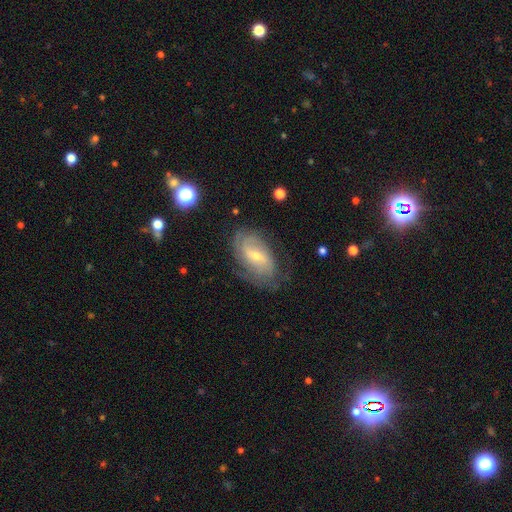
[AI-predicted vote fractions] The model was most divided on "spiral arm count": can't tell: 39%, 2: 37%, 3: 11%, 4: 5%, 1: 4%, more than 4: 3%. Remaining: edge-on disk — no (95%); spiral arms — yes (89%); smooth or featured — featured or disk (75%); merging — none (68%); bulge size — small (63%); bar — weak (50%); spiral winding — tight (47%).